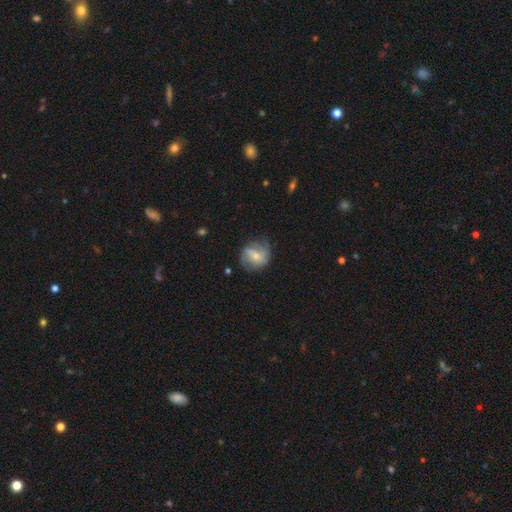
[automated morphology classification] Q: Smooth or featured?
A: featured or disk (59%); runner-up: smooth (34%)
Q: Edge-on disk?
A: no (97%); runner-up: yes (3%)
Q: Bar?
A: weak (43%); tied with: no (43%)
Q: Spiral arms?
A: yes (83%); runner-up: no (17%)
Q: Bulge size?
A: small (53%); runner-up: moderate (37%)
Q: Merging?
A: none (55%); runner-up: minor disturbance (27%)